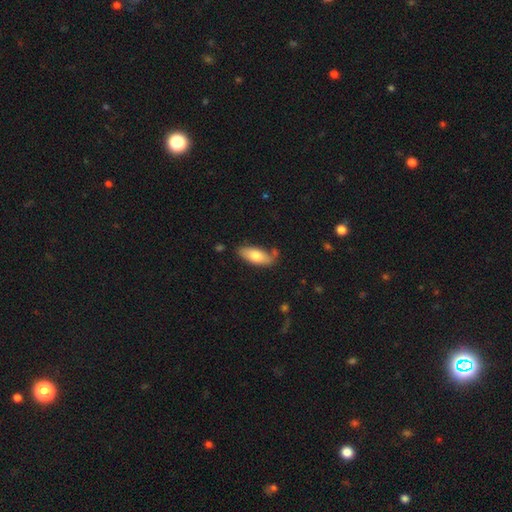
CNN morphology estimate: This appears to be a smooth galaxy with no disk features (73%) that is in between round and cigar-shaped (81%). Merging: none (71%).